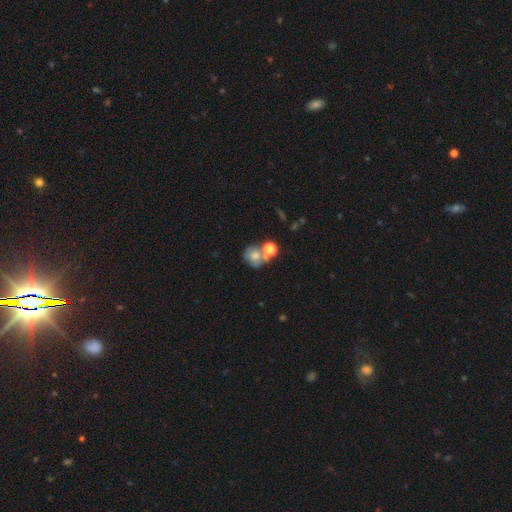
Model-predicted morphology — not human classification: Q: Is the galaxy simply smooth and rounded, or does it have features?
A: smooth — 63%.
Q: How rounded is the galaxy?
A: round — 71%.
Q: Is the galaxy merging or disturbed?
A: merger — 41%.